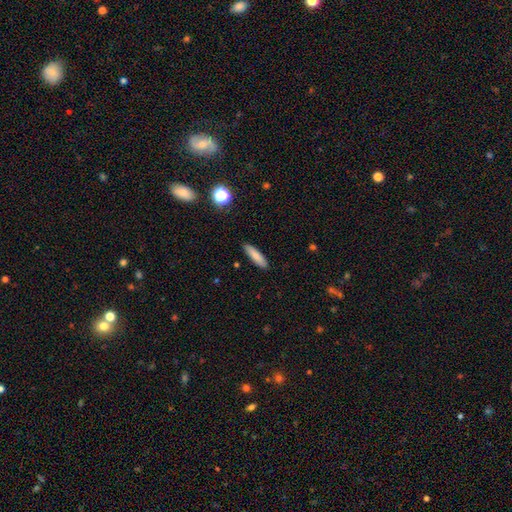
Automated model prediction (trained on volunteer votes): smooth_or_featured: smooth (p=0.83) [alt: featured or disk p=0.10]
how_rounded: cigar-shaped (p=0.72) [alt: in between p=0.26]
merging: none (p=0.88) [alt: minor disturbance p=0.09]